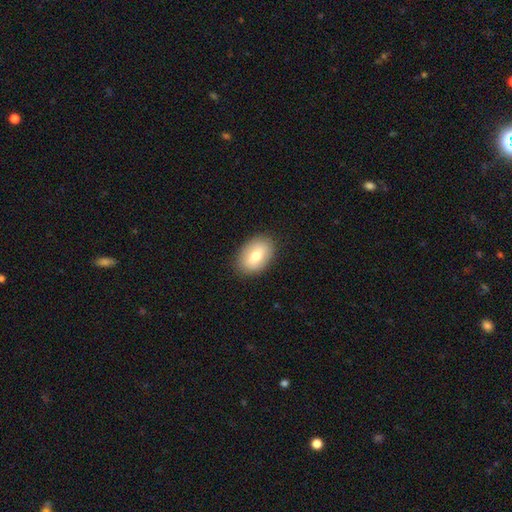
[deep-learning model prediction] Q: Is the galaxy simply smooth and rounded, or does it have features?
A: smooth — 71%.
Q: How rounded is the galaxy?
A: in between — 86%.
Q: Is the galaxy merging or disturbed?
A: none — 87%.